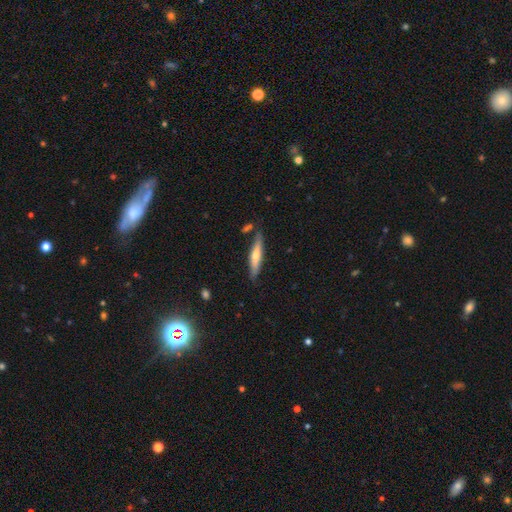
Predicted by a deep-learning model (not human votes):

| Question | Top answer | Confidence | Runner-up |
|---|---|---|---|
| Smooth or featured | smooth | 49% | featured or disk (45%) |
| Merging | none | 80% | minor disturbance (13%) |